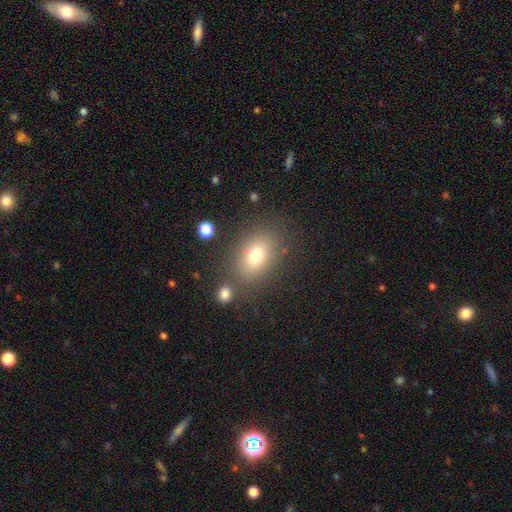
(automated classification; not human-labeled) Smooth or featured? Predicted: smooth (p=0.74). How rounded? Predicted: in between (p=0.69). Merging? Predicted: none (p=0.77).